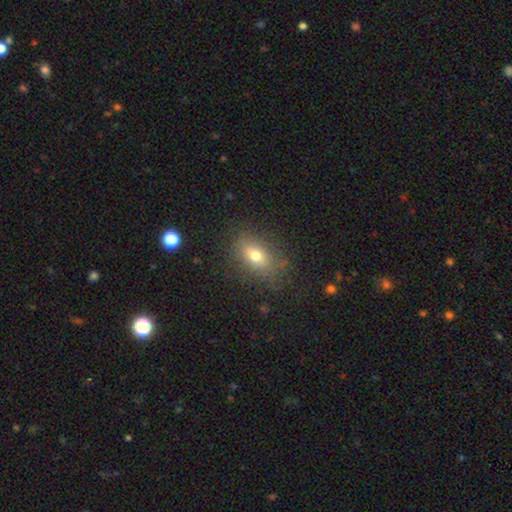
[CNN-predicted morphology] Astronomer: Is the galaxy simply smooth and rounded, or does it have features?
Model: smooth — 70%.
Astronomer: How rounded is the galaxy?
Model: in between — 77%.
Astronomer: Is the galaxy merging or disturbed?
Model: none — 76%.